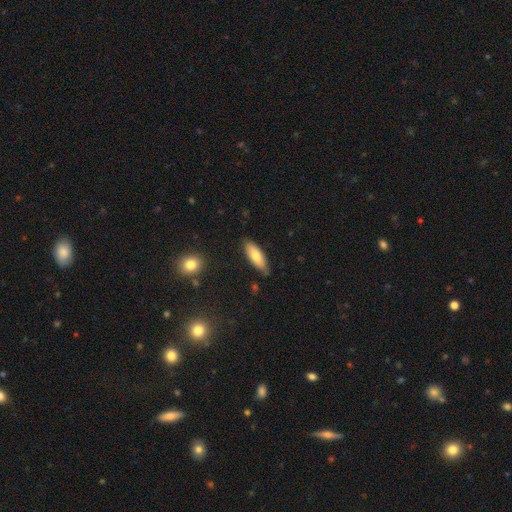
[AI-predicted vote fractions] Smooth or featured?
  - smooth: 76% *
  - featured or disk: 18%
  - star or artifact: 6%
How rounded?
  - in between: 64% *
  - cigar-shaped: 34%
  - round: 2%
Merging?
  - none: 79% *
  - minor disturbance: 17%
  - major disturbance: 3%
  - merger: 2%